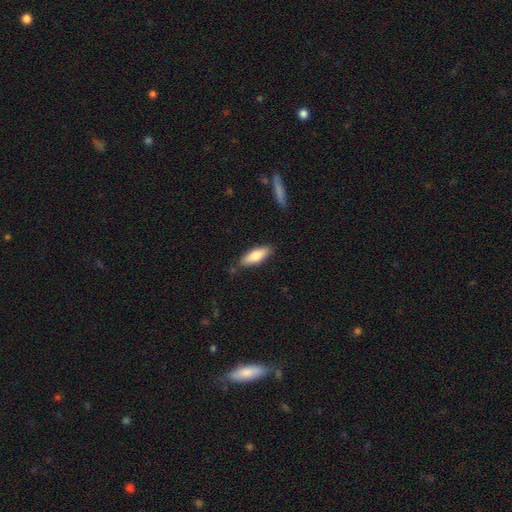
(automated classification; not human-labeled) Smooth or featured? smooth (74%)
How rounded? in between (63%)
Merging? none (83%)